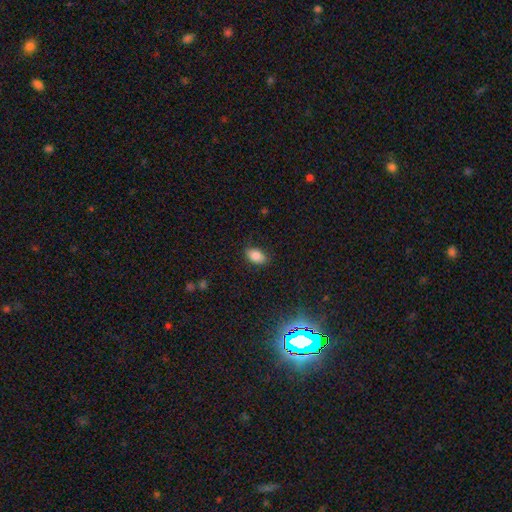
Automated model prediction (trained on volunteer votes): A smooth galaxy with no disk features (84%) that is in between round and cigar-shaped (87%). Merging: none (83%).